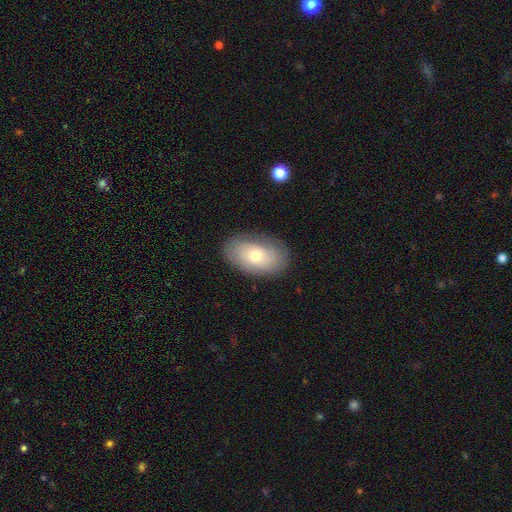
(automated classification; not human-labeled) smooth-or-featured: smooth: 65% | featured or disk: 27% | star or artifact: 8%
  how-rounded: in between: 92% | round: 7% | cigar-shaped: 2%
  merging: none: 82% | minor disturbance: 13% | major disturbance: 3% | merger: 1%